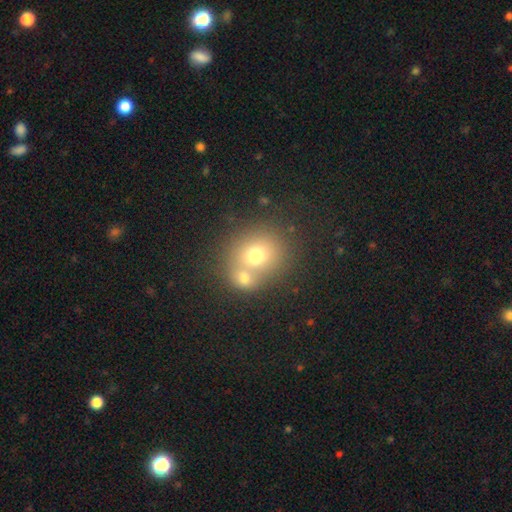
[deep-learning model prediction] Q: Smooth or featured?
A: smooth (70%); runner-up: featured or disk (18%)
Q: How rounded?
A: round (76%); runner-up: in between (23%)
Q: Merging?
A: merger (47%); runner-up: none (42%)